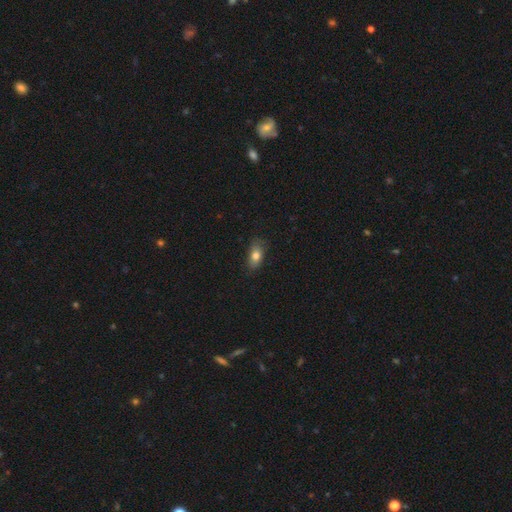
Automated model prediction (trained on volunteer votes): Q: Smooth or featured?
A: smooth (79%); runner-up: featured or disk (13%)
Q: How rounded?
A: in between (85%); runner-up: round (8%)
Q: Merging?
A: none (78%); runner-up: minor disturbance (18%)